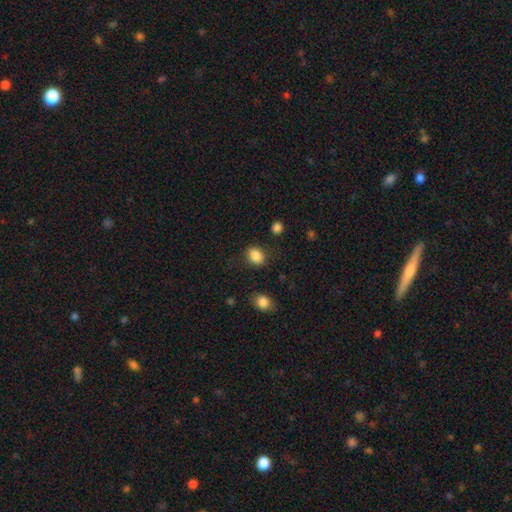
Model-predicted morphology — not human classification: A smooth galaxy with no disk features (86%) that is in between round and cigar-shaped (63%). Merging: none (80%).